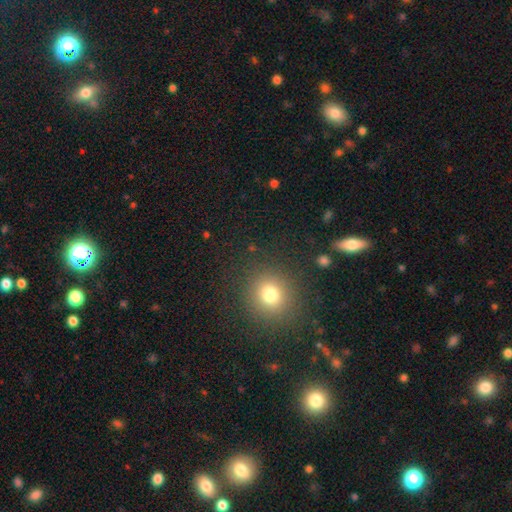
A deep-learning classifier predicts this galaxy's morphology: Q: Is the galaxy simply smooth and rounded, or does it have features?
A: smooth — 59%.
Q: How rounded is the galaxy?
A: round — 91%.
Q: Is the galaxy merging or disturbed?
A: none — 88%.